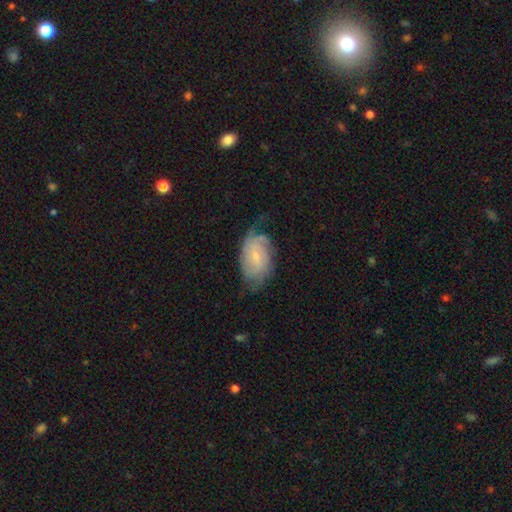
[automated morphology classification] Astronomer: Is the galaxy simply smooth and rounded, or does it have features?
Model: featured or disk — 73%.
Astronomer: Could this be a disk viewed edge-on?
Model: no — 96%.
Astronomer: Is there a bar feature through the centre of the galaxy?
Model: no — 47% (runner-up: weak, 45%).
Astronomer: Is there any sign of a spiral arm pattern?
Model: yes — 93%.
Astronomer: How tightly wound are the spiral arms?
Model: tight — 50% (runner-up: medium, 36%).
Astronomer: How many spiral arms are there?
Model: can't tell — 35% (runner-up: 2, 33%).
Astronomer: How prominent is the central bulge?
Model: small — 72%.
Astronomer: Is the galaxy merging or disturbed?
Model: none — 58%.